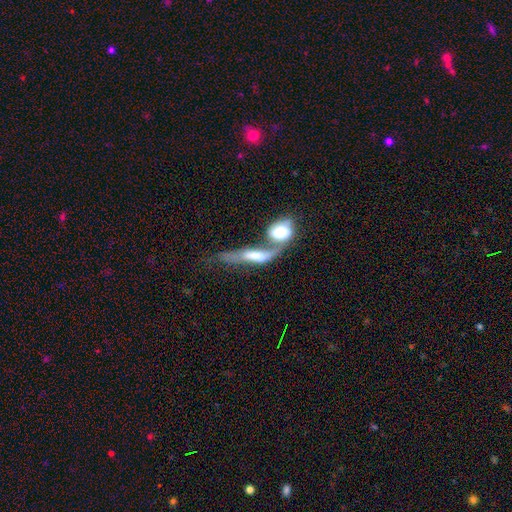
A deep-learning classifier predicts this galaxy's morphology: type=featured or disk (48%); merging=merger (75%).